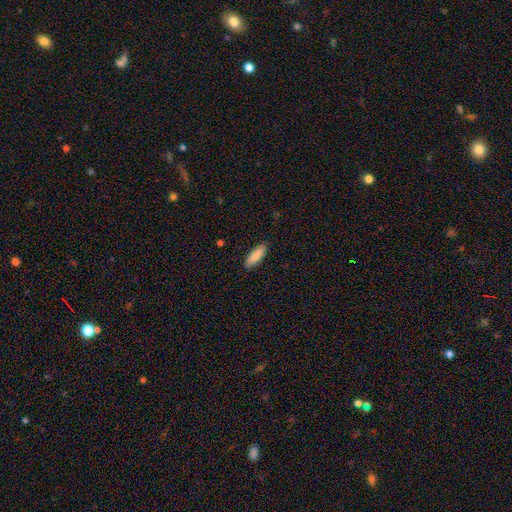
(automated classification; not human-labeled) Q: Smooth or featured?
A: smooth (87%); runner-up: featured or disk (7%)
Q: How rounded?
A: in between (50%); runner-up: cigar-shaped (48%)
Q: Merging?
A: none (89%); runner-up: minor disturbance (8%)